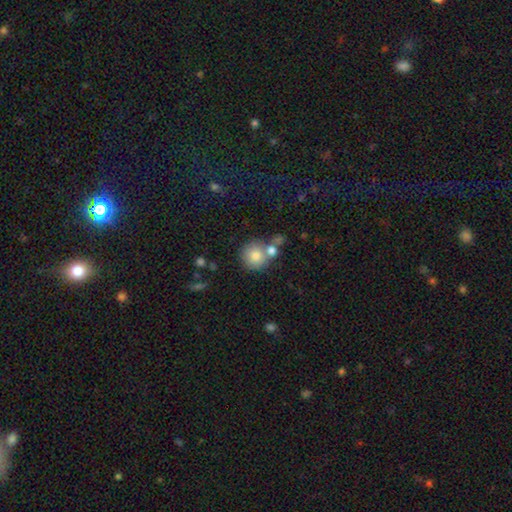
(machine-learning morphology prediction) smooth-or-featured: smooth: 79% | featured or disk: 12% | star or artifact: 10%
  how-rounded: round: 91% | in between: 8% | cigar-shaped: 1%
  merging: none: 58% | merger: 28% | minor disturbance: 10% | major disturbance: 4%